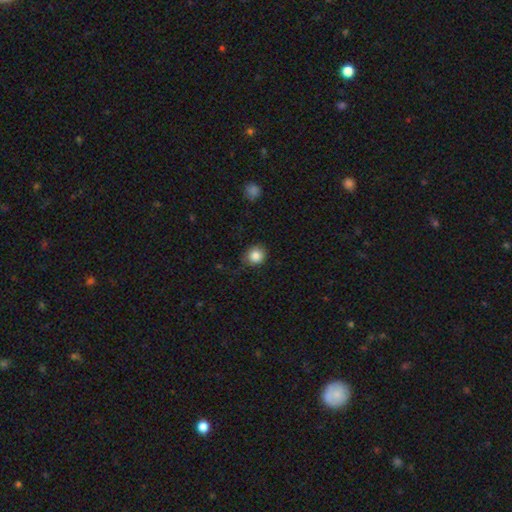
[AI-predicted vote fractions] Smooth or featured?
  - smooth: 85% *
  - star or artifact: 10%
  - featured or disk: 5%
How rounded?
  - round: 85% *
  - in between: 14%
  - cigar-shaped: 1%
Merging?
  - none: 76% *
  - minor disturbance: 19%
  - major disturbance: 4%
  - merger: 1%